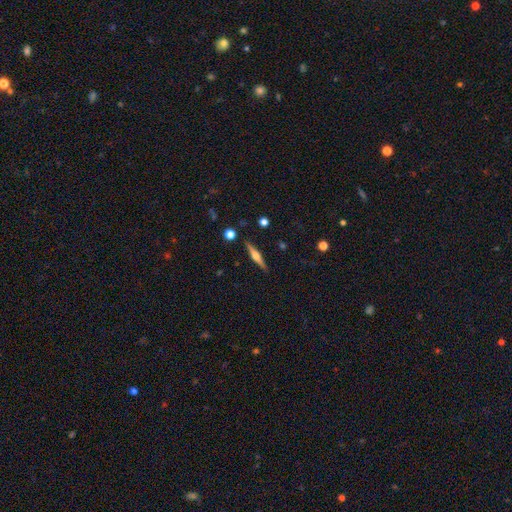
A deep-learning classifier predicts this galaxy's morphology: This appears to be a featured or disk galaxy (67%) viewed edge-on (98%) with a rounded central bulge (89%). Merging: none (90%).